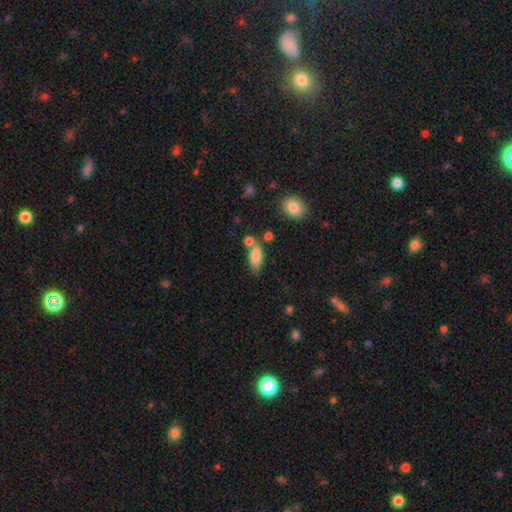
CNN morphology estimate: type=smooth (82%); roundness=in between (85%); merging=none (55%).